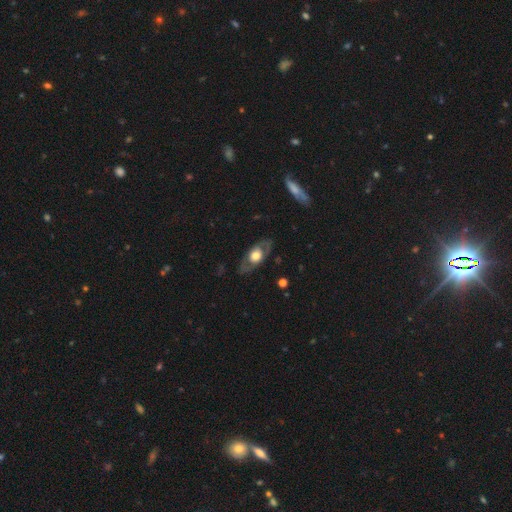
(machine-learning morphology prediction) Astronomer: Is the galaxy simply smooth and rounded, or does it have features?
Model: featured or disk — 60%.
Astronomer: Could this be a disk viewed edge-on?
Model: no — 76%.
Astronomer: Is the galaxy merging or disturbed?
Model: none — 79%.